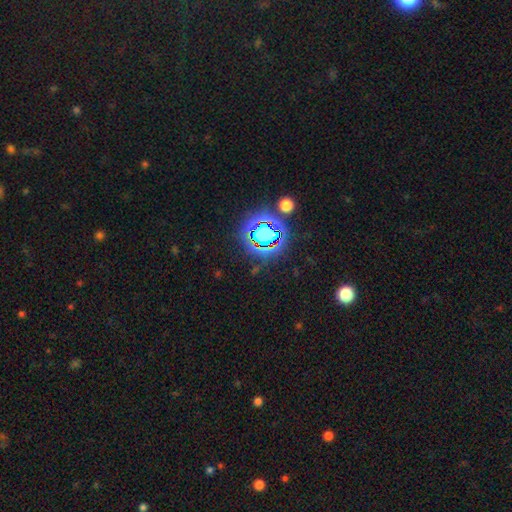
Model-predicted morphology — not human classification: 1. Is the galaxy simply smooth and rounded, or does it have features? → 83% star or artifact, 11% smooth, 6% featured or disk.